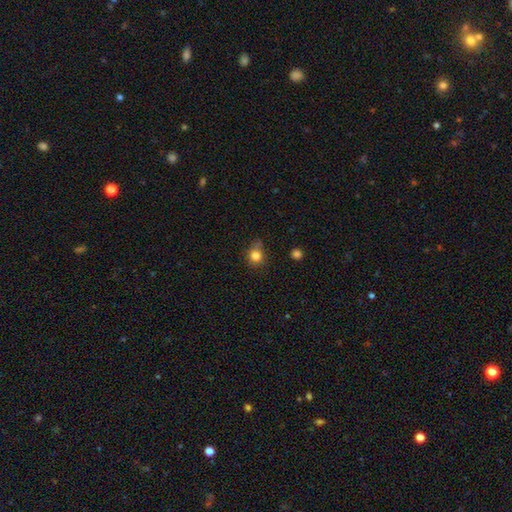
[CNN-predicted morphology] Smooth or featured?
  - smooth: 82% *
  - star or artifact: 12%
  - featured or disk: 6%
How rounded?
  - round: 83% *
  - in between: 16%
  - cigar-shaped: 1%
Merging?
  - none: 67% *
  - minor disturbance: 24%
  - major disturbance: 5%
  - merger: 4%